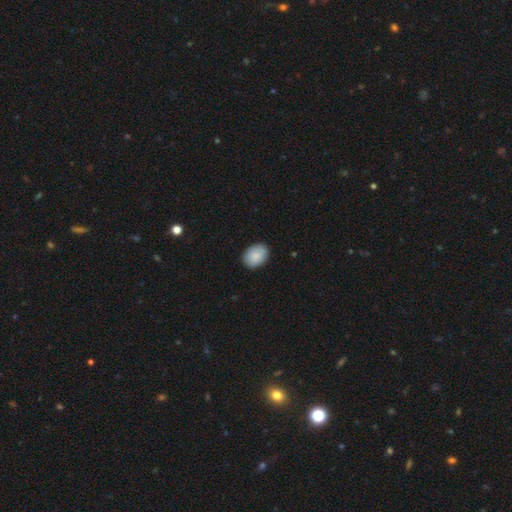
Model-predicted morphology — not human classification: smooth-or-featured: smooth: 87% | featured or disk: 7% | star or artifact: 6%
  how-rounded: in between: 76% | round: 23% | cigar-shaped: 1%
  merging: none: 88% | minor disturbance: 10% | major disturbance: 2% | merger: 1%